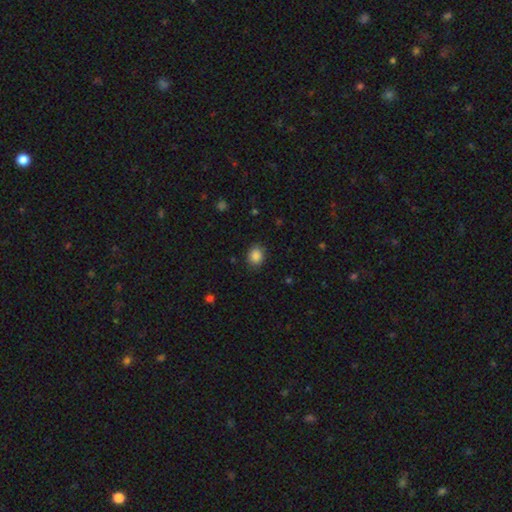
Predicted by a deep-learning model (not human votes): Smooth or featured?
  - smooth: 87% *
  - star or artifact: 10%
  - featured or disk: 3%
How rounded?
  - round: 59% *
  - in between: 41%
  - cigar-shaped: 1%
Merging?
  - none: 86% *
  - minor disturbance: 10%
  - major disturbance: 3%
  - merger: 1%